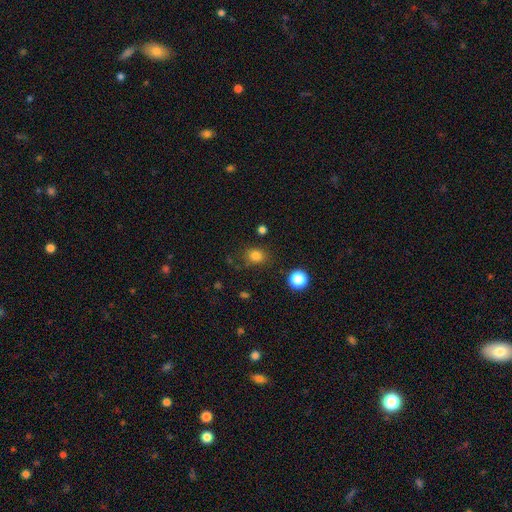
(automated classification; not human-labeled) smooth_or_featured: smooth (p=0.80) [alt: star or artifact p=0.14]
how_rounded: round (p=0.63) [alt: in between p=0.36]
merging: none (p=0.77) [alt: minor disturbance p=0.14]